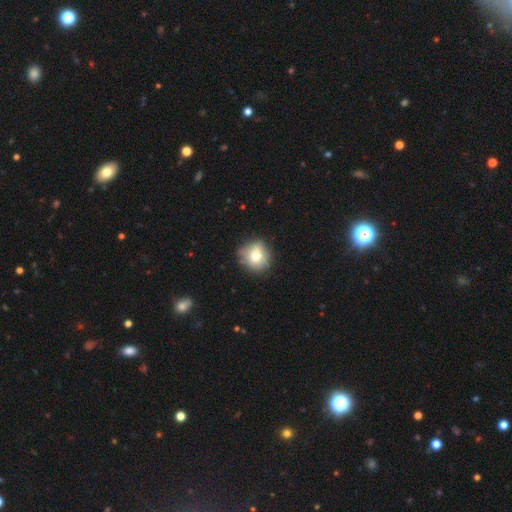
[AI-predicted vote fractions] smooth 76%, featured or disk 15%, star or artifact 10%. Down the decision tree: how rounded — round (82%); merging — none (70%).